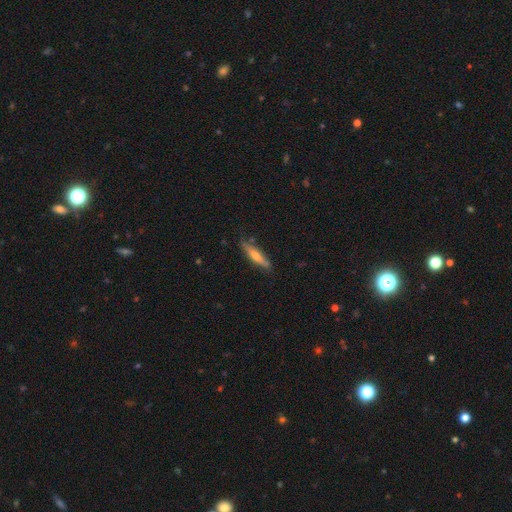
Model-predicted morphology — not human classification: type=featured or disk (52%); edge-on=yes (90%); merging=none (83%).